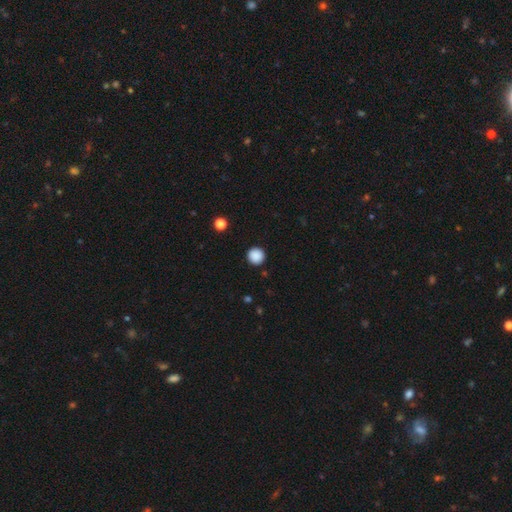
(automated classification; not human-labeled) Q: Smooth or featured?
A: smooth (88%); runner-up: star or artifact (9%)
Q: How rounded?
A: round (95%); runner-up: in between (4%)
Q: Merging?
A: none (92%); runner-up: minor disturbance (5%)